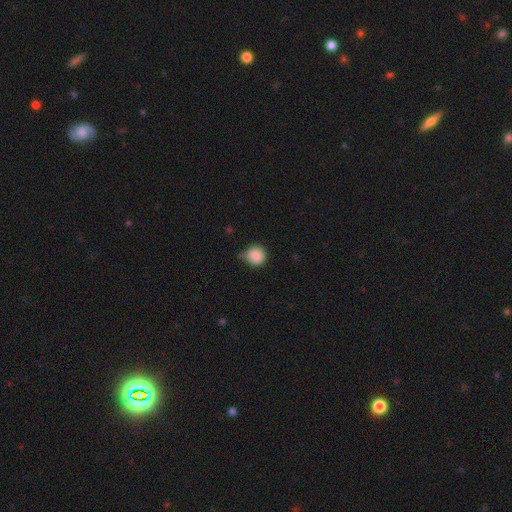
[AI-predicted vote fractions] Smooth or featured?
  - smooth: 87% *
  - star or artifact: 9%
  - featured or disk: 4%
How rounded?
  - round: 90% *
  - in between: 9%
  - cigar-shaped: 1%
Merging?
  - none: 57% *
  - minor disturbance: 34%
  - major disturbance: 6%
  - merger: 3%